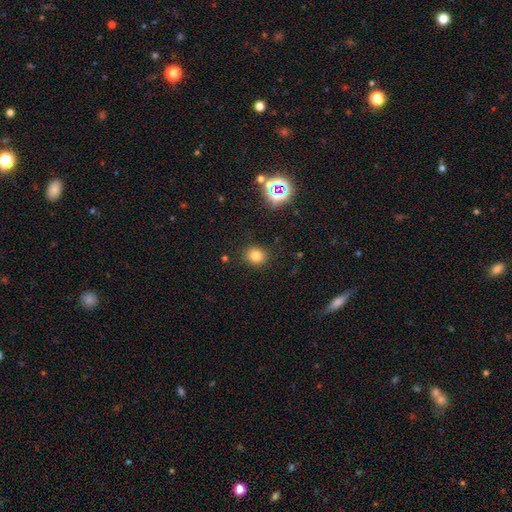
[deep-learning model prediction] smooth_or_featured: smooth (p=0.77) [alt: star or artifact p=0.16]
how_rounded: round (p=0.76) [alt: in between p=0.23]
merging: none (p=0.88) [alt: minor disturbance p=0.07]